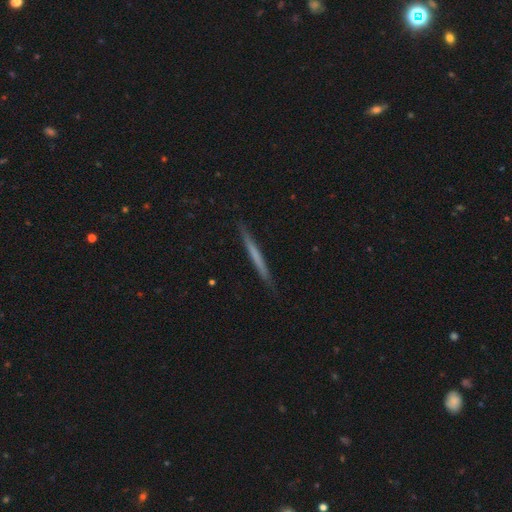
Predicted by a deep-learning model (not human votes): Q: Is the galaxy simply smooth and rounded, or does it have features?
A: smooth — 52%.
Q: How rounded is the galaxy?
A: cigar-shaped — 97%.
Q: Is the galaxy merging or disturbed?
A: none — 90%.